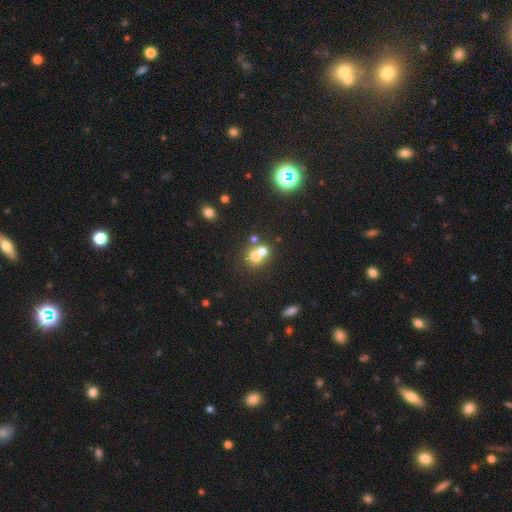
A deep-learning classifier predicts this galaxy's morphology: A smooth galaxy with no disk features (65%) that is round (78%). Merging: merger (54%).